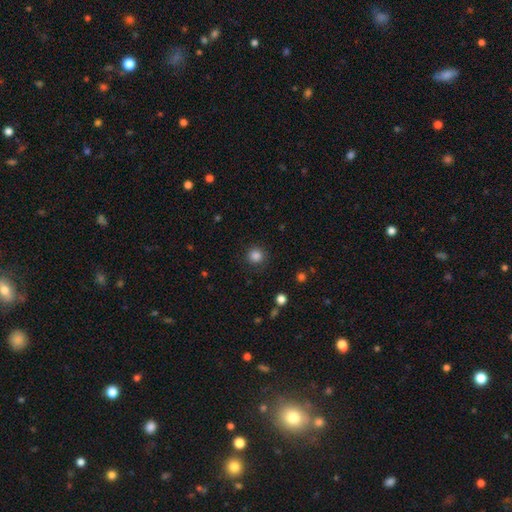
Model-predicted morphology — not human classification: A smooth galaxy with no disk features (84%) that is round (94%).

Vote fractions:
- Smooth or featured? smooth: 84% / star or artifact: 12% / featured or disk: 3%
- How rounded? round: 94% / in between: 5% / cigar-shaped: 1%
- Merging? none: 89% / minor disturbance: 7% / major disturbance: 3% / merger: 1%